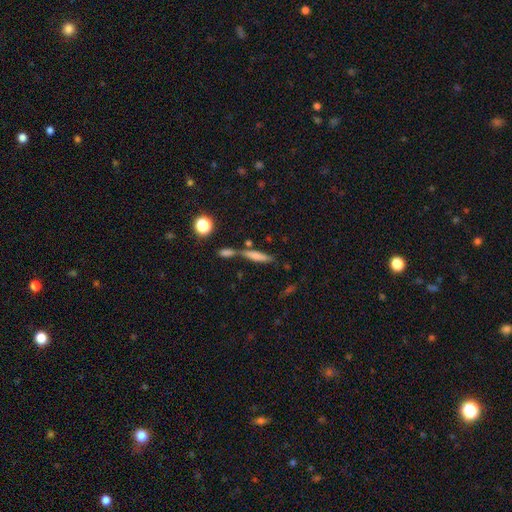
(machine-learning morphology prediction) Smooth or featured?
  - smooth: 66% *
  - featured or disk: 23%
  - star or artifact: 11%
How rounded?
  - cigar-shaped: 78% *
  - in between: 19%
  - round: 3%
Merging?
  - none: 48% *
  - merger: 36%
  - minor disturbance: 12%
  - major disturbance: 5%